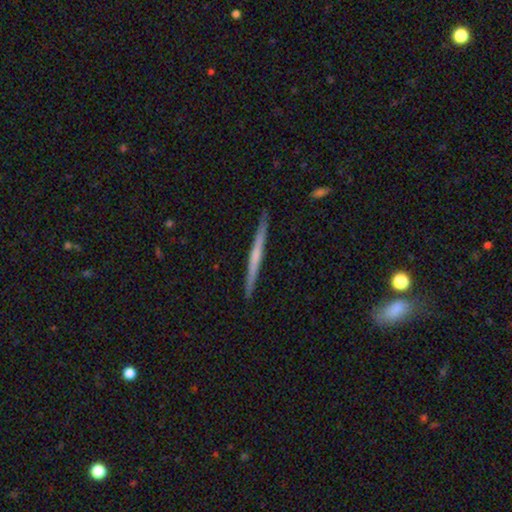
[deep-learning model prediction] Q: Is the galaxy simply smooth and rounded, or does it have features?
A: featured or disk — 60%.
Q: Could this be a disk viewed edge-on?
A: yes — 98%.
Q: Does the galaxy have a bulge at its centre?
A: none — 70%.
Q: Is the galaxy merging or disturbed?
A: none — 92%.